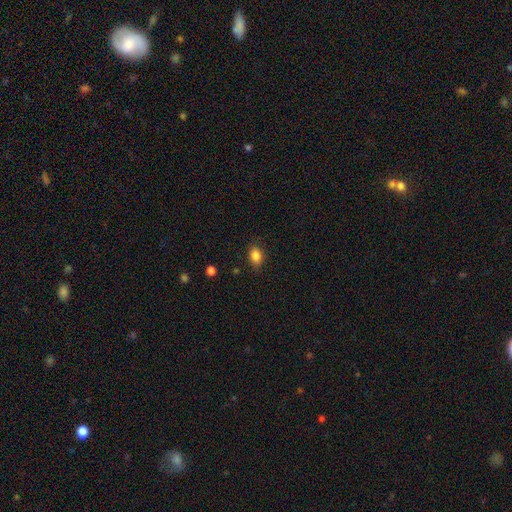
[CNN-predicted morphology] Smooth or featured: smooth — 85% (star or artifact — 9%)
How rounded: in between — 76% (round — 22%)
Merging: none — 80% (minor disturbance — 16%)